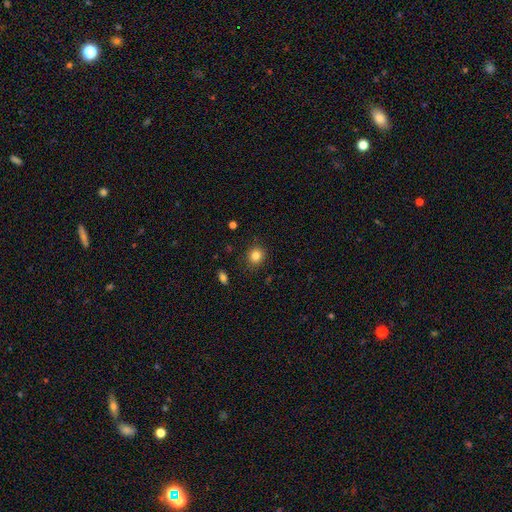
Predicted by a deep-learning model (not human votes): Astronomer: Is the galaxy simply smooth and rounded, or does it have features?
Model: smooth — 83%.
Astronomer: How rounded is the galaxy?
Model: round — 84%.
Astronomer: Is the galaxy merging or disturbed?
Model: none — 88%.